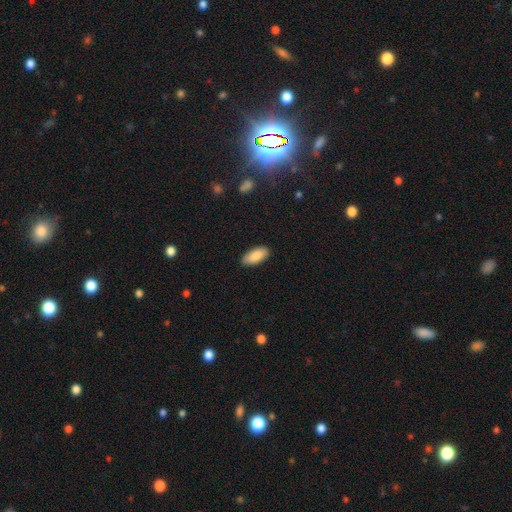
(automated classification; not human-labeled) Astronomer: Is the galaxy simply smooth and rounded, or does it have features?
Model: smooth — 88%.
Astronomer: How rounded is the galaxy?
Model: in between — 89%.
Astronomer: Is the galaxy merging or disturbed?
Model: none — 88%.